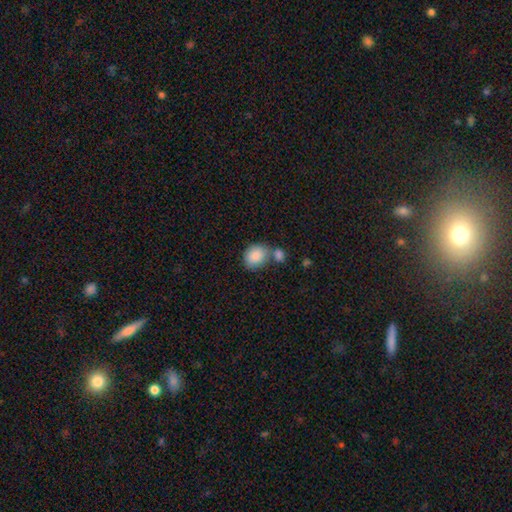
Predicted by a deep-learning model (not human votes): Smooth or featured? Predicted: smooth (p=0.87). How rounded? Predicted: in between (p=0.56). Merging? Predicted: none (p=0.48).